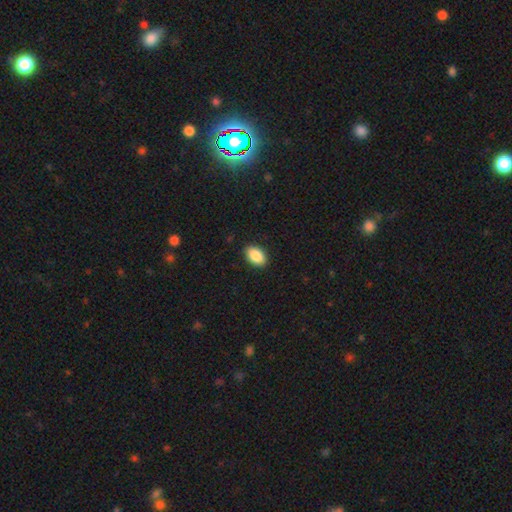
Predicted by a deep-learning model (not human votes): This appears to be a smooth galaxy with no disk features (89%) that is in between round and cigar-shaped (91%). Merging: none (90%).